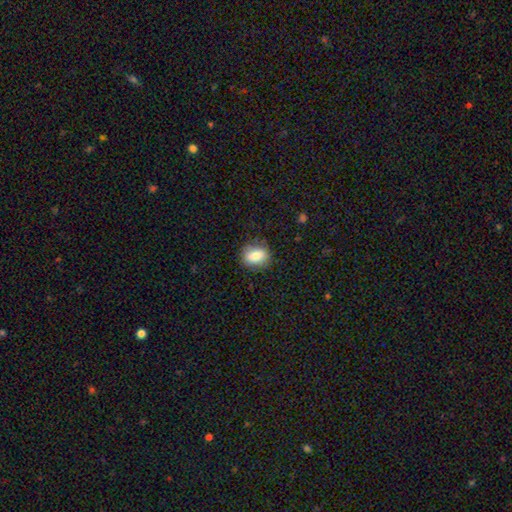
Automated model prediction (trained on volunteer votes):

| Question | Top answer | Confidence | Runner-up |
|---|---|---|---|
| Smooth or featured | smooth | 82% | featured or disk (10%) |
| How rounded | in between | 58% | round (40%) |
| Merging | none | 83% | minor disturbance (12%) |